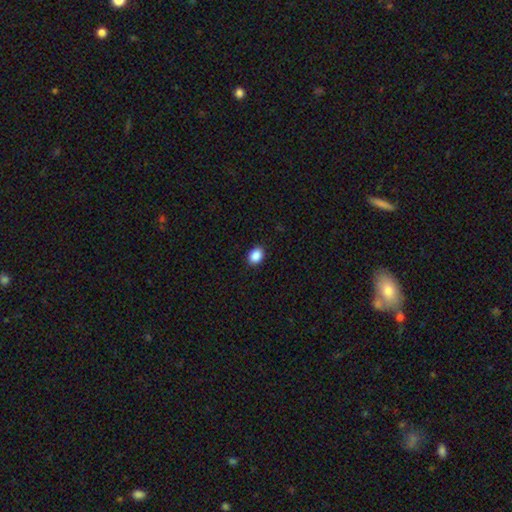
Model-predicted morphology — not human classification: Q: Smooth or featured?
A: smooth (89%); runner-up: star or artifact (8%)
Q: How rounded?
A: in between (67%); runner-up: round (32%)
Q: Merging?
A: none (90%); runner-up: minor disturbance (7%)